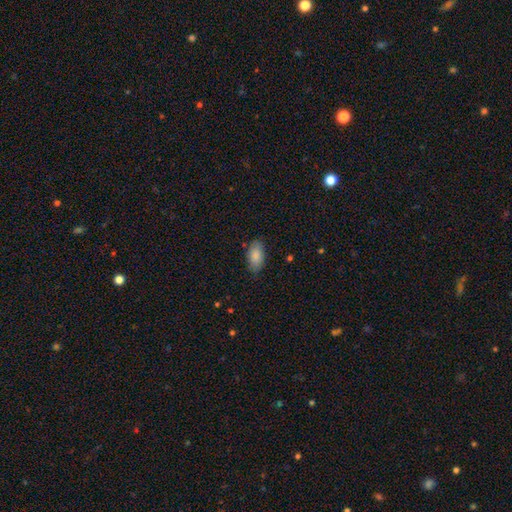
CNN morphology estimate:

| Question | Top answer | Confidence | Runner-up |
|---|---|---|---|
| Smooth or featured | smooth | 87% | featured or disk (7%) |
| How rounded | in between | 93% | cigar-shaped (4%) |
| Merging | none | 81% | minor disturbance (15%) |